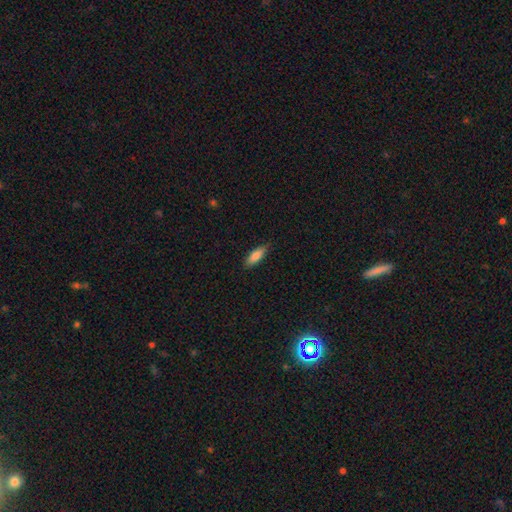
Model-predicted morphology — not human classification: This is clearly a smooth galaxy (82%). How rounded: possibly in between (56%). Merging: clearly none (83%).